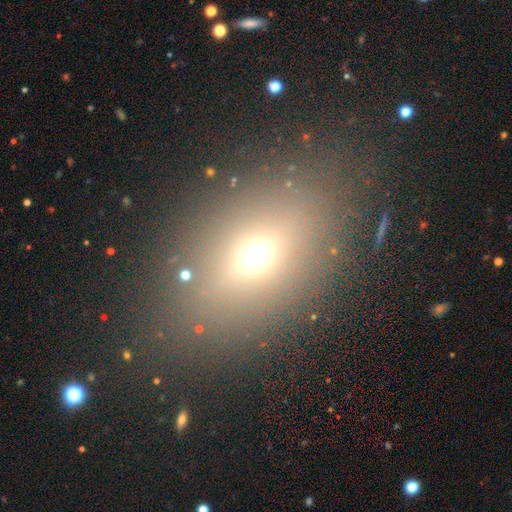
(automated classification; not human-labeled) A smooth galaxy with no disk features (61%) that is in between round and cigar-shaped (75%). Merging: none (81%).